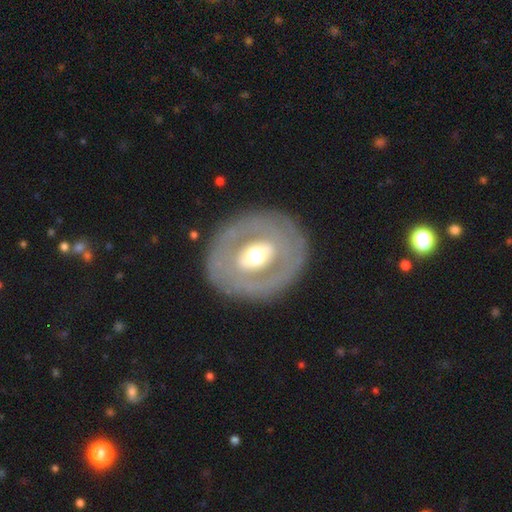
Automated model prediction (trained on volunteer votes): Morphology: type=featured or disk (65%); edge-on=no (92%); bar=no (36%); spiral arms=no (81%); bulge=moderate (65%); merging=none (81%).